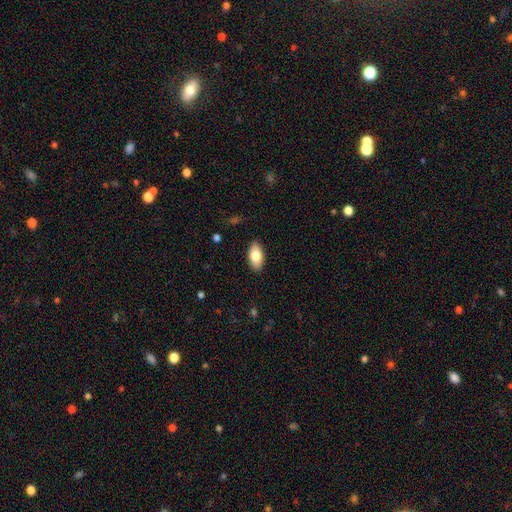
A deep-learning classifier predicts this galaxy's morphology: smooth 80%, featured or disk 14%, star or artifact 6%. Down the decision tree: how rounded — in between (93%); merging — none (88%).